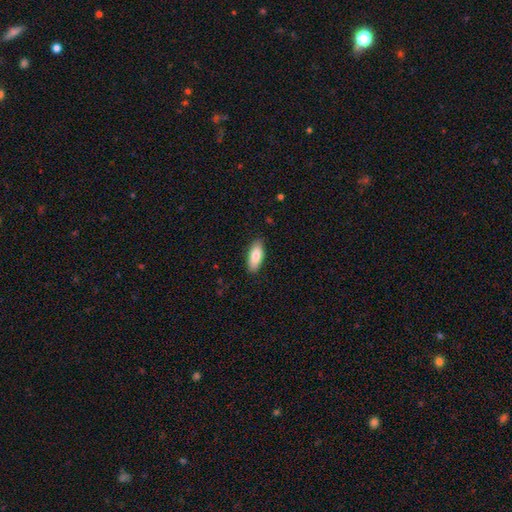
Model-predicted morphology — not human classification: This appears to be a smooth galaxy with no disk features (82%) that is in between round and cigar-shaped (83%). Merging: none (87%).